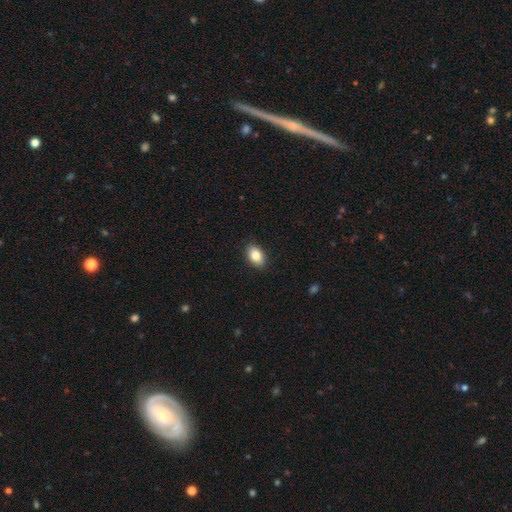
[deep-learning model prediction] smooth 83%, featured or disk 9%, star or artifact 8%. Down the decision tree: how rounded — in between (87%); merging — none (89%).